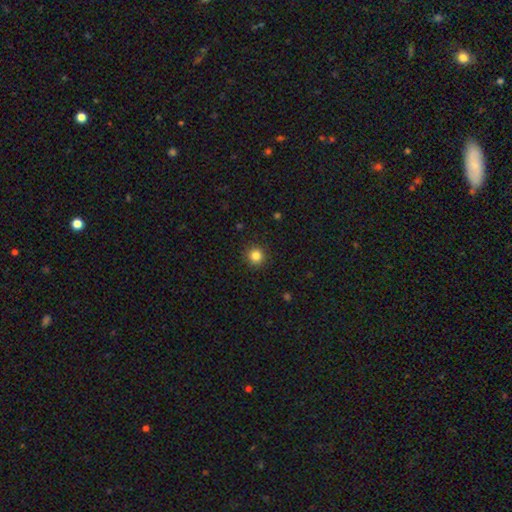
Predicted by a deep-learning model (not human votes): Q: Smooth or featured?
A: smooth (84%); runner-up: star or artifact (11%)
Q: How rounded?
A: round (95%); runner-up: in between (4%)
Q: Merging?
A: none (92%); runner-up: minor disturbance (6%)